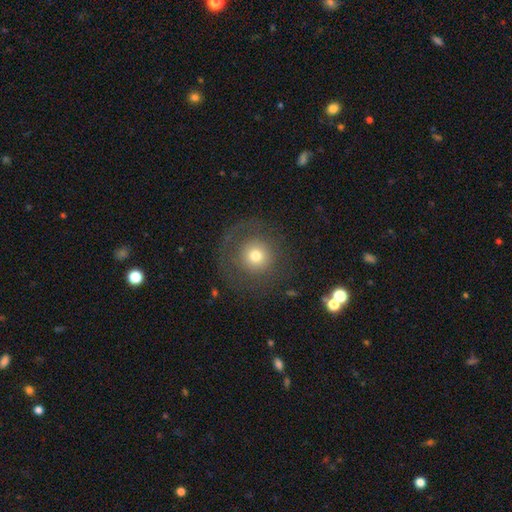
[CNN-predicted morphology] Smooth or featured? Predicted: smooth (p=0.65). How rounded? Predicted: round (p=0.94). Merging? Predicted: none (p=0.74).